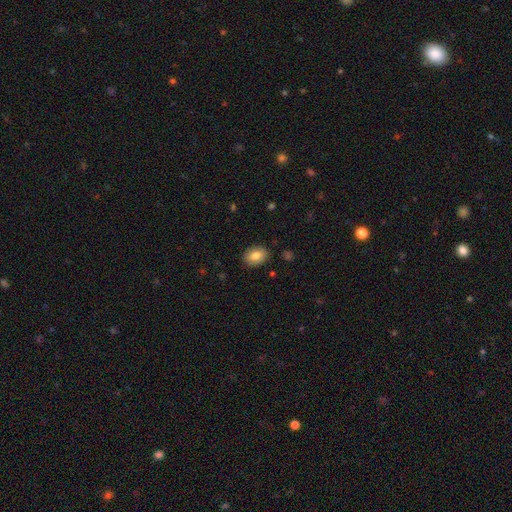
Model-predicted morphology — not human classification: smooth-or-featured: smooth: 82% | featured or disk: 10% | star or artifact: 8%
  how-rounded: in between: 76% | round: 23% | cigar-shaped: 1%
  merging: none: 88% | minor disturbance: 9% | major disturbance: 2% | merger: 1%